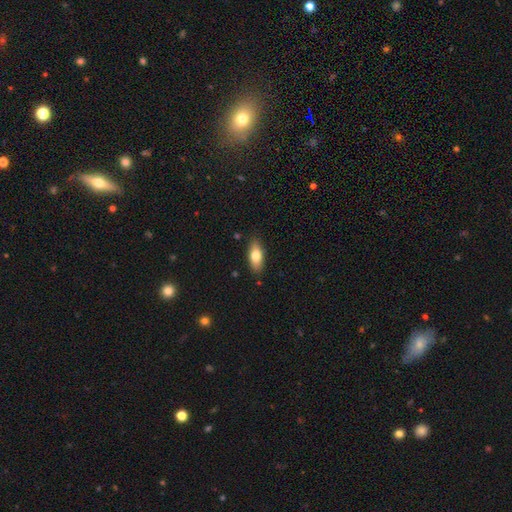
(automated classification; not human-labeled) Morphology: type=smooth (75%); roundness=in between (80%); merging=none (85%).